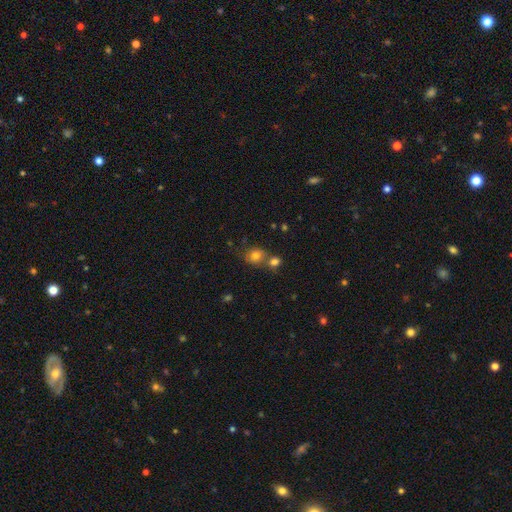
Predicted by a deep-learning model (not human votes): This appears to be a smooth galaxy with no disk features (77%) that is round (72%). Merging: none (52%).